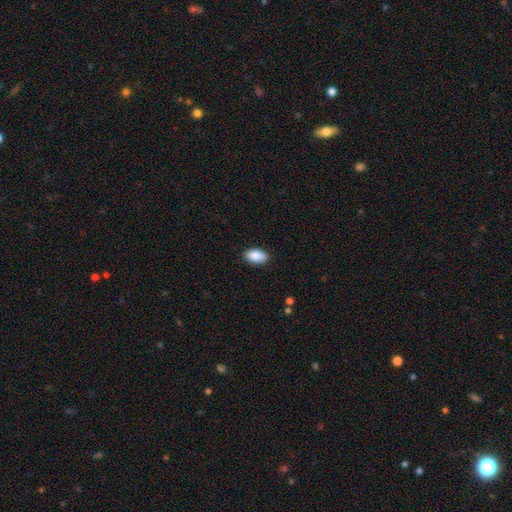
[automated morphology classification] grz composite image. It shows a smooth galaxy with no disk features (89%) that is in between round and cigar-shaped (94%). Merging: none (89%).